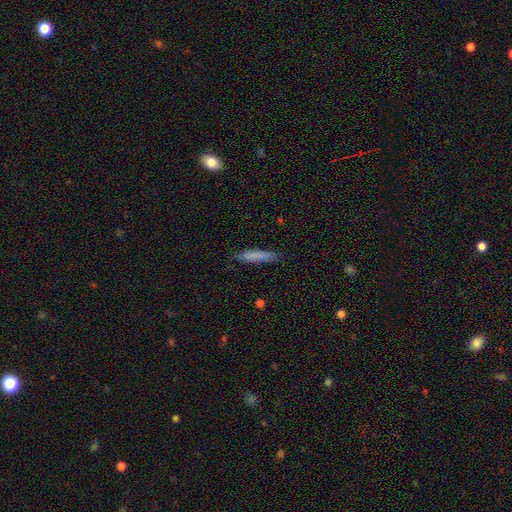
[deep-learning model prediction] The model was most divided on "smooth or featured": smooth: 80%, featured or disk: 13%, star or artifact: 7%. More confident: how rounded — cigar-shaped (89%); merging — none (85%).